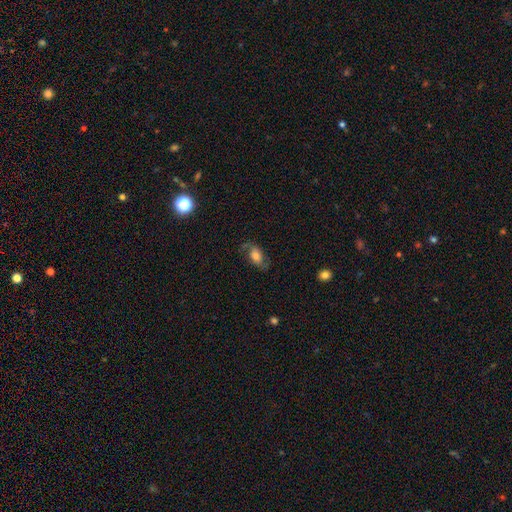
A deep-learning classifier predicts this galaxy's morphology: Smooth or featured?
  - smooth: 57% *
  - featured or disk: 34%
  - star or artifact: 8%
How rounded?
  - in between: 87% *
  - round: 9%
  - cigar-shaped: 4%
Merging?
  - none: 64% *
  - minor disturbance: 22%
  - major disturbance: 12%
  - merger: 2%